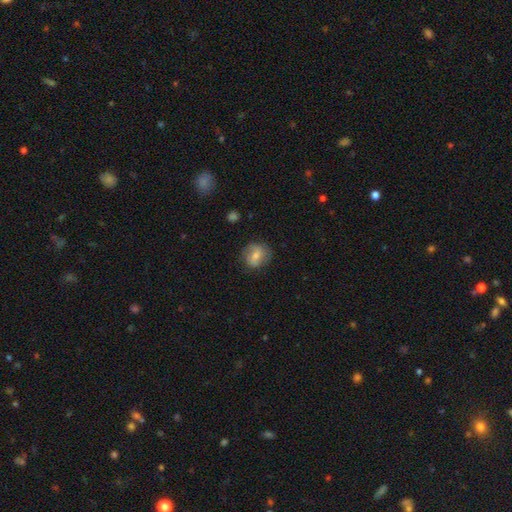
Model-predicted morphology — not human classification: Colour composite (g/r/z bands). It shows a smooth galaxy with no disk features (58%) that is round (72%). Merging: none (75%).